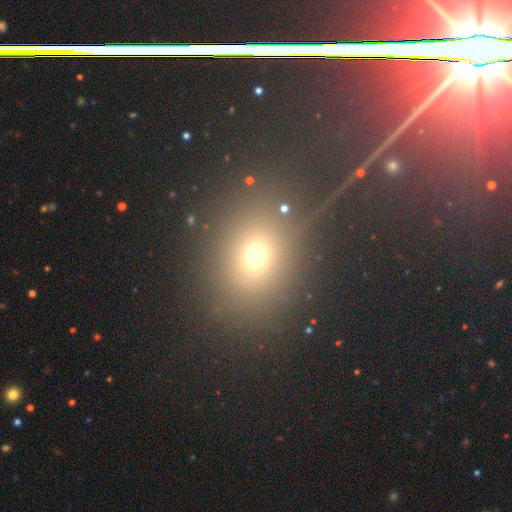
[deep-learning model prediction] Smooth or featured?
  - smooth: 54% *
  - star or artifact: 35%
  - featured or disk: 10%
How rounded?
  - round: 68% *
  - in between: 30%
  - cigar-shaped: 2%
Merging?
  - none: 84% *
  - minor disturbance: 8%
  - major disturbance: 5%
  - merger: 3%